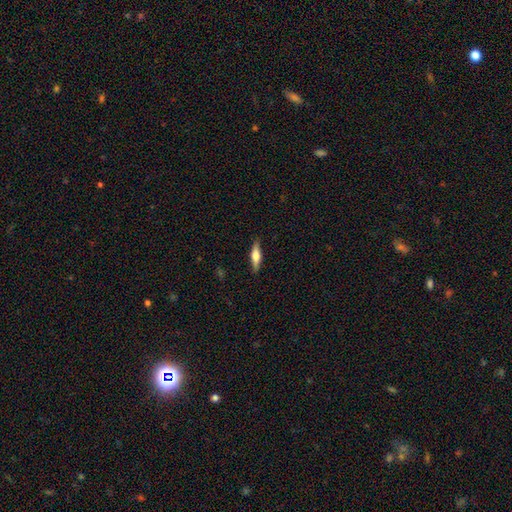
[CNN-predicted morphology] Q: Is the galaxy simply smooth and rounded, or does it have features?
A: featured or disk — 52%.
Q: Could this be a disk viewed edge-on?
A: yes — 95%.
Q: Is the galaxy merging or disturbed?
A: none — 87%.